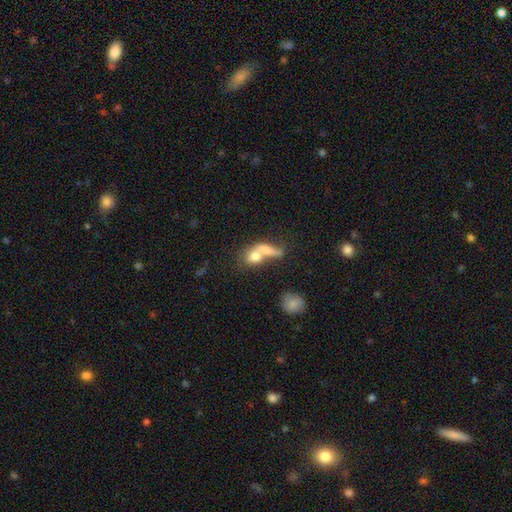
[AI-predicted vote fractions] Morphology: type=smooth (71%); roundness=in between (55%); merging=merger (64%).